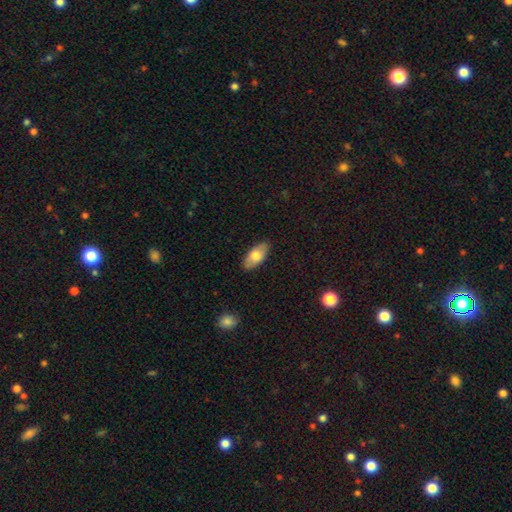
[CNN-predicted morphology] Overall: smooth (73%). How rounded: in between (89%). Merging: none (88%).